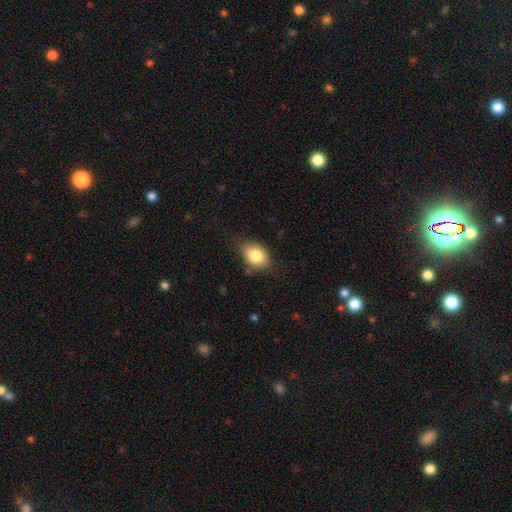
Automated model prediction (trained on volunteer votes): This appears to be a smooth galaxy with no disk features (82%) that is in between round and cigar-shaped (77%). Merging: none (73%).